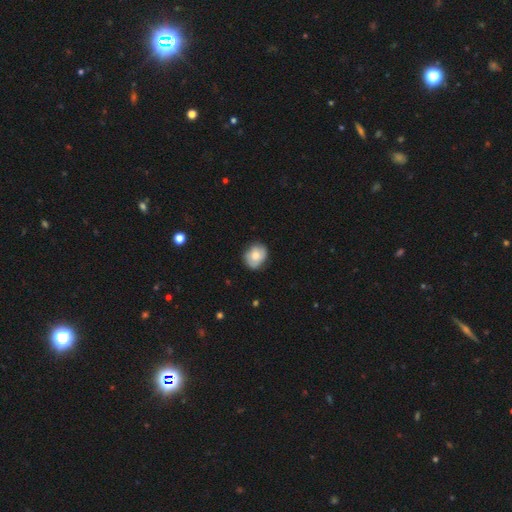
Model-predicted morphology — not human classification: Q: Smooth or featured?
A: smooth (70%); runner-up: featured or disk (23%)
Q: How rounded?
A: round (61%); runner-up: in between (38%)
Q: Merging?
A: none (74%); runner-up: minor disturbance (21%)